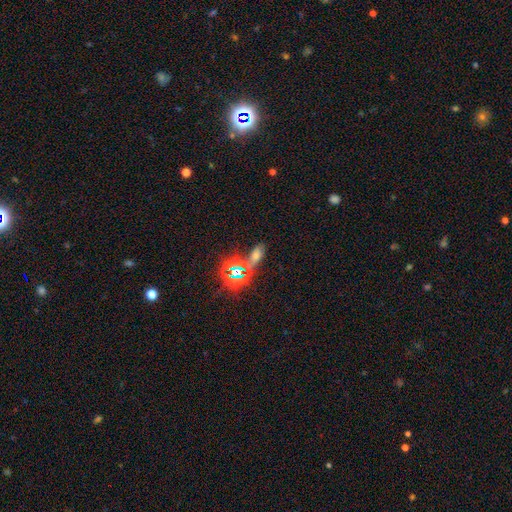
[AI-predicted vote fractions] This is possibly a star or artifact rather than a galaxy (46%).